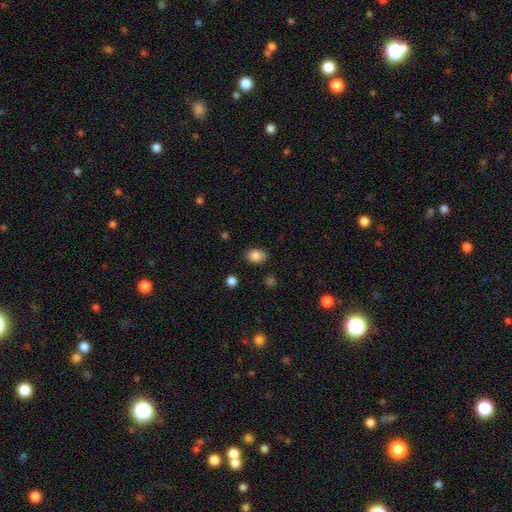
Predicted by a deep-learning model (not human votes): This is clearly a smooth galaxy (85%). How rounded: likely in between (69%). Merging: clearly none (83%).